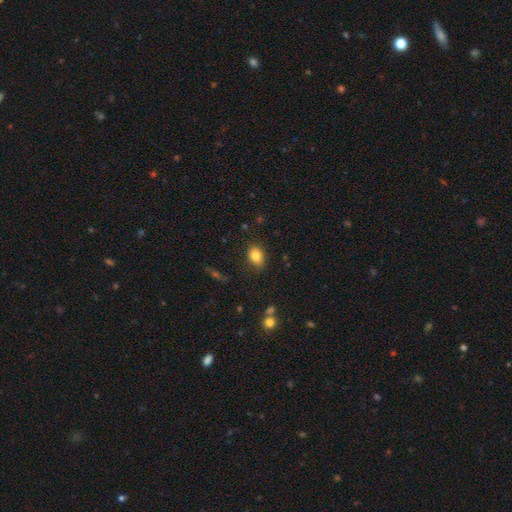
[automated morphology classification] smooth-or-featured: smooth: 83% | star or artifact: 9% | featured or disk: 7%
  how-rounded: in between: 76% | round: 23% | cigar-shaped: 1%
  merging: none: 84% | minor disturbance: 11% | major disturbance: 3% | merger: 2%